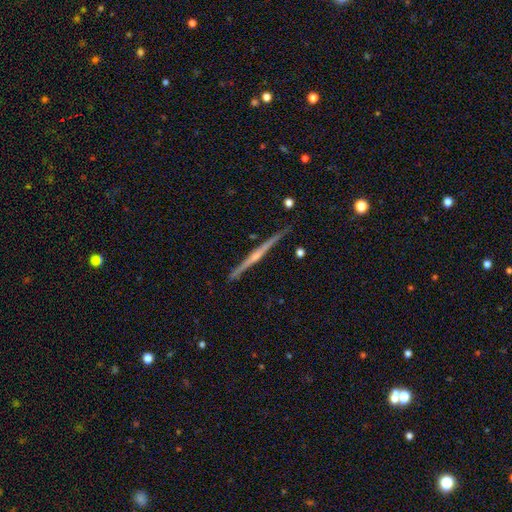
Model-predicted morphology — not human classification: Smooth or featured?
  - featured or disk: 82% *
  - smooth: 12%
  - star or artifact: 5%
Edge-on disk?
  - yes: 99% *
  - no: 1%
Edge-on bulge?
  - rounded: 74% *
  - none: 18%
  - boxy: 7%
Merging?
  - none: 90% *
  - minor disturbance: 8%
  - merger: 1%
  - major disturbance: 1%